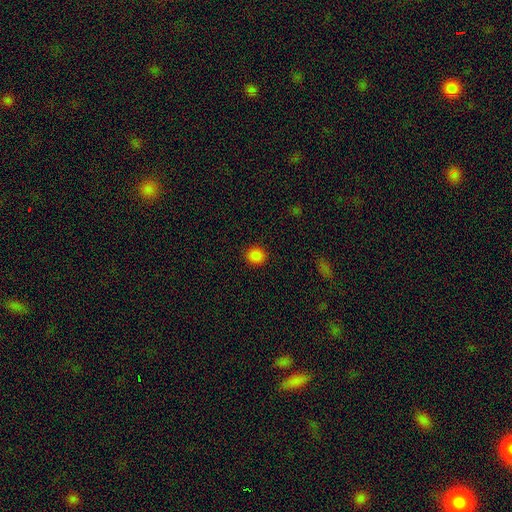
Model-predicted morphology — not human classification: type=smooth (86%); roundness=round (80%); merging=none (91%).